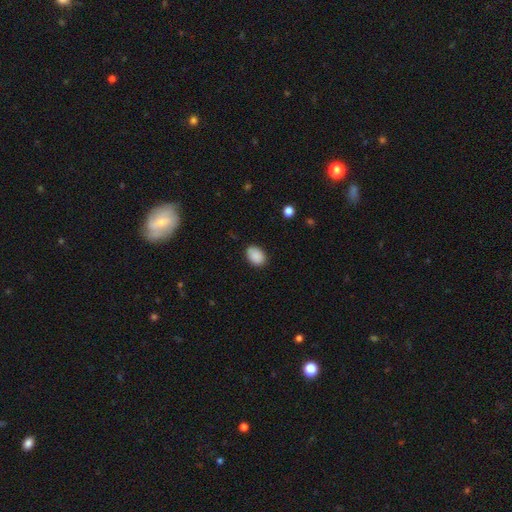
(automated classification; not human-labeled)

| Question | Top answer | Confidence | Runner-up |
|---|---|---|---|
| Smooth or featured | smooth | 89% | star or artifact (8%) |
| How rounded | in between | 81% | round (18%) |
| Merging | none | 84% | minor disturbance (12%) |